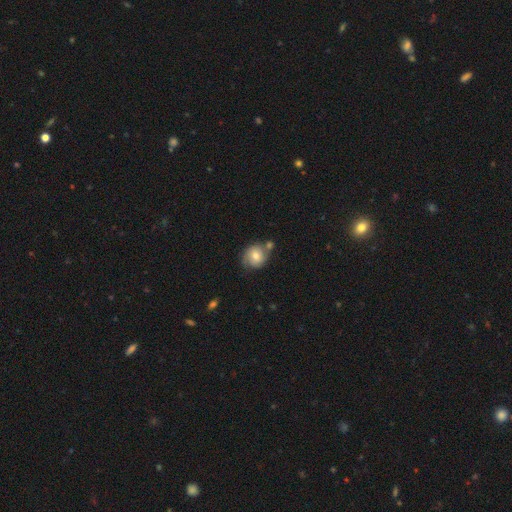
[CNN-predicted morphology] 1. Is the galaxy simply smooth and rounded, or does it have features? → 63% smooth, 29% featured or disk, 8% star or artifact.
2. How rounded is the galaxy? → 81% round, 18% in between, 1% cigar-shaped.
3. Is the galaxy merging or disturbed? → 53% none, 20% minor disturbance, 20% merger, 7% major disturbance.